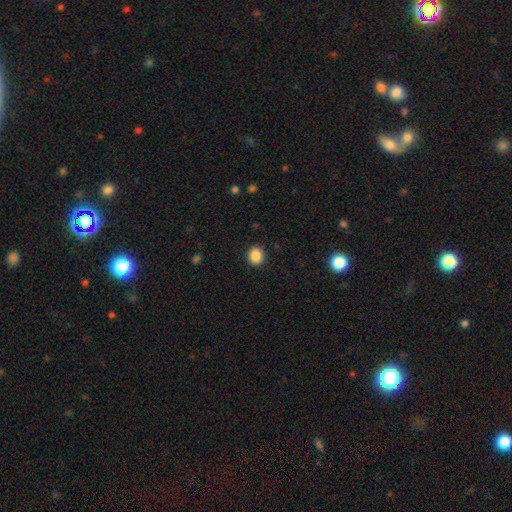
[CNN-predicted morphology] Overall: smooth (87%). How rounded: round (83%). Merging: none (91%).